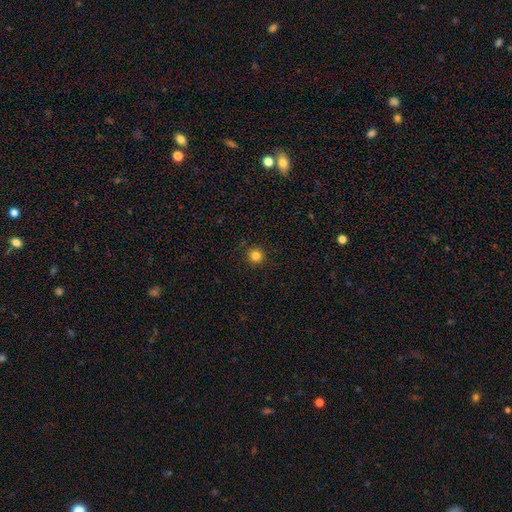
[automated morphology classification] Smooth or featured?
  - smooth: 82% *
  - star or artifact: 13%
  - featured or disk: 5%
How rounded?
  - round: 95% *
  - in between: 4%
  - cigar-shaped: 1%
Merging?
  - none: 92% *
  - minor disturbance: 5%
  - major disturbance: 2%
  - merger: 1%